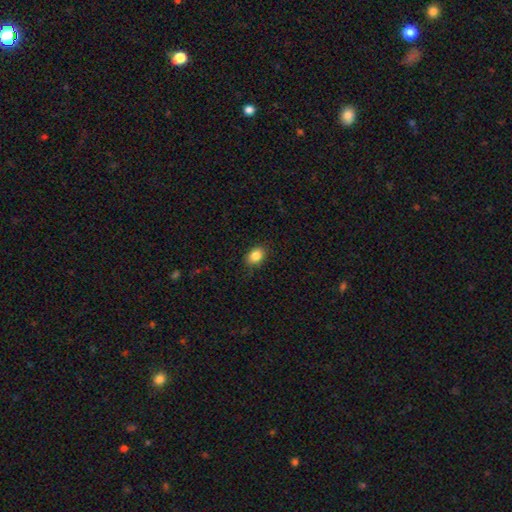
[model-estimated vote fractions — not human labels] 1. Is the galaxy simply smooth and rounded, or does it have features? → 85% smooth, 9% star or artifact, 5% featured or disk.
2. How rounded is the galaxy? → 71% in between, 28% round, 1% cigar-shaped.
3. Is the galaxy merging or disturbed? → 84% none, 12% minor disturbance, 3% major disturbance, 1% merger.